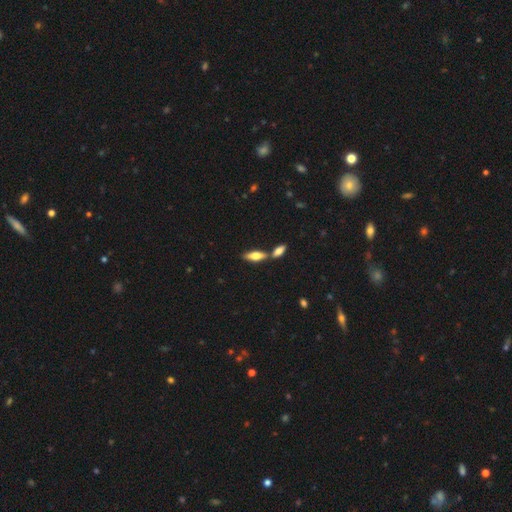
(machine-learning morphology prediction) Q: Smooth or featured?
A: smooth (55%); runner-up: featured or disk (38%)
Q: How rounded?
A: in between (60%); runner-up: cigar-shaped (38%)
Q: Merging?
A: none (62%); runner-up: merger (26%)